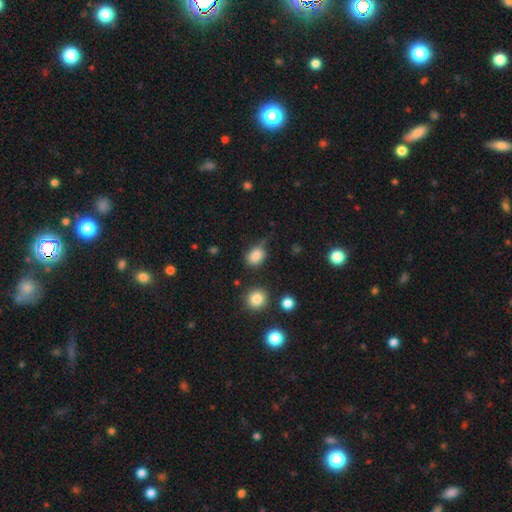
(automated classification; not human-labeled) The model was most divided on "how rounded": in between: 65%, round: 33%, cigar-shaped: 1%. More confident: smooth or featured — smooth (84%); merging — none (63%).